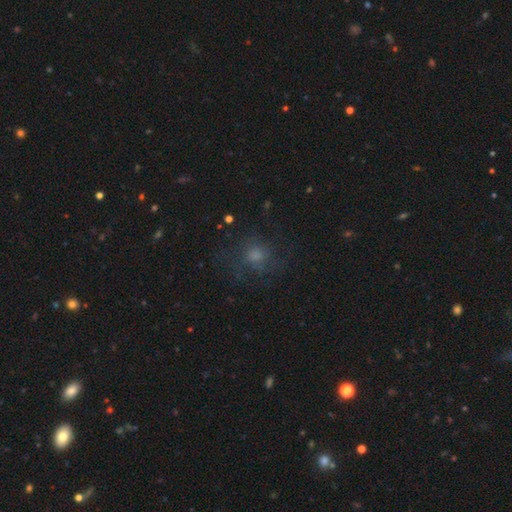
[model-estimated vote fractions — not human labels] This appears to be a smooth galaxy with no disk features (58%) that is round (82%). Merging: none (65%).